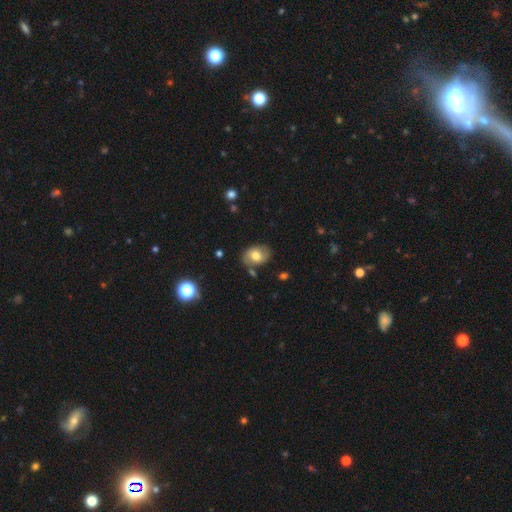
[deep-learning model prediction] smooth_or_featured: smooth (p=0.62) [alt: featured or disk p=0.30]
how_rounded: in between (p=0.69) [alt: round p=0.30]
merging: none (p=0.71) [alt: minor disturbance p=0.18]